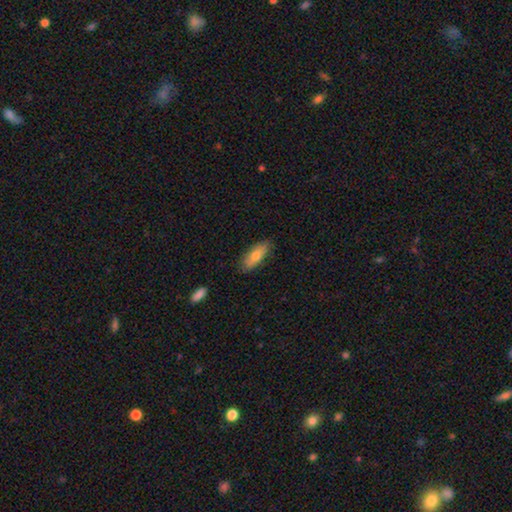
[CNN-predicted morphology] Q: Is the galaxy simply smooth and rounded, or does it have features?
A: smooth — 74%.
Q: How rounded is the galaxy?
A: in between — 67%.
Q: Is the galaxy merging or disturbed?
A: none — 83%.